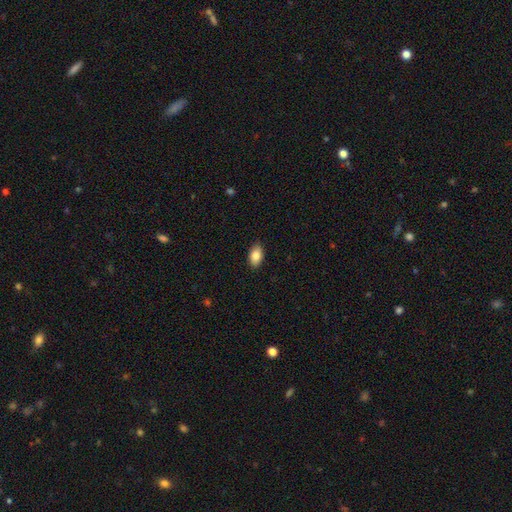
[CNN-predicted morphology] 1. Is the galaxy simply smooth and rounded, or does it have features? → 86% smooth, 7% star or artifact, 7% featured or disk.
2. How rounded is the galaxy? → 92% in between, 6% round, 2% cigar-shaped.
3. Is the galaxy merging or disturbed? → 89% none, 8% minor disturbance, 2% major disturbance, 1% merger.